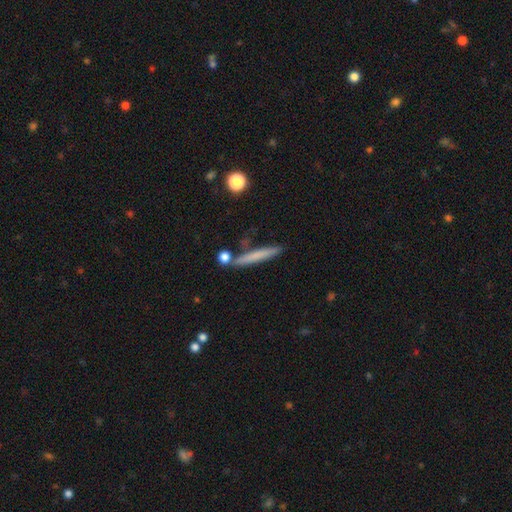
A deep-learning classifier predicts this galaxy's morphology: The model was most divided on "smooth or featured": smooth: 66%, featured or disk: 27%, star or artifact: 7%. More confident: how rounded — cigar-shaped (94%); merging — none (78%).